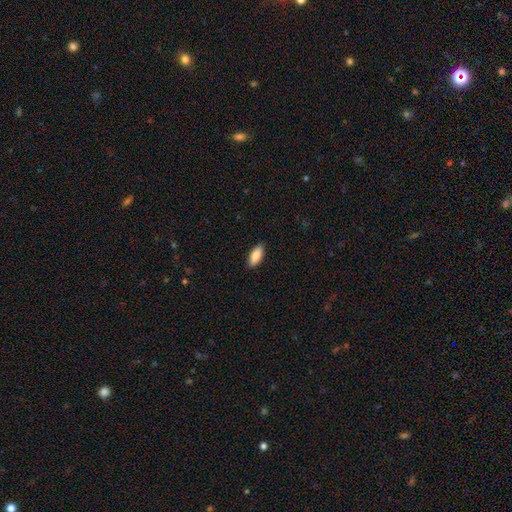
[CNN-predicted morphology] This is clearly a smooth galaxy (87%). How rounded: clearly in between (83%). Merging: clearly none (88%).